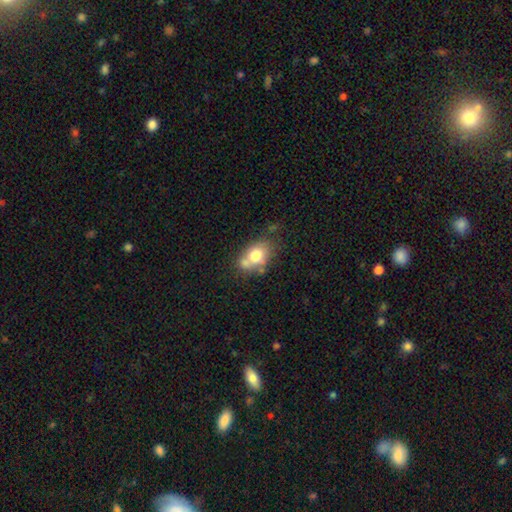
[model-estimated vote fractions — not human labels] This appears to be a smooth galaxy with no disk features (70%) that is in between round and cigar-shaped (70%). Merging: none (45%).